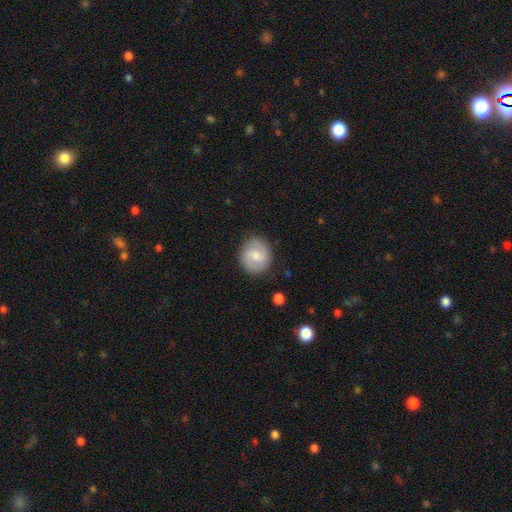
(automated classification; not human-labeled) This is possibly a featured or disk galaxy (56%). It is clearly not viewed edge-on (98%). Bar: possibly weak (52%). Spiral arm pattern: clearly yes (89%). Central bulge: possibly moderate (50%). Merging: clearly none (84%).